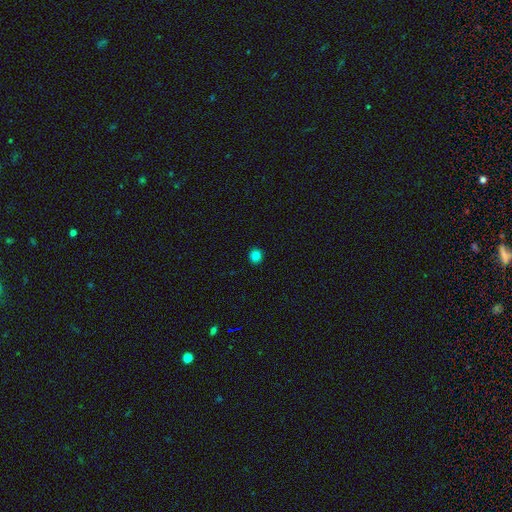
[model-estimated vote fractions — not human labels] Smooth or featured?
  - smooth: 84% *
  - star or artifact: 13%
  - featured or disk: 4%
How rounded?
  - round: 86% *
  - in between: 13%
  - cigar-shaped: 1%
Merging?
  - none: 91% *
  - minor disturbance: 6%
  - major disturbance: 2%
  - merger: 1%